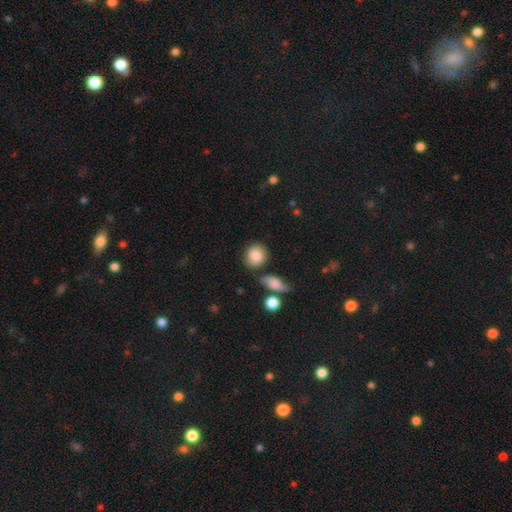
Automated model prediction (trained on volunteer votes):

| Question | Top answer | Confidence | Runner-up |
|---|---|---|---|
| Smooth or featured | smooth | 85% | featured or disk (8%) |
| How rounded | round | 75% | in between (24%) |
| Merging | none | 74% | minor disturbance (15%) |